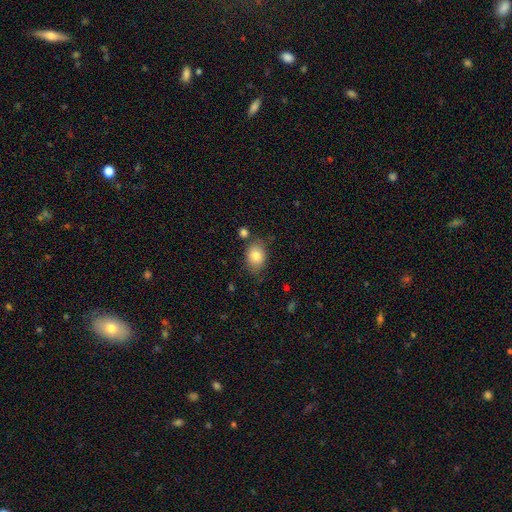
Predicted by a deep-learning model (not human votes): This appears to be a smooth galaxy with no disk features (82%) that is in between round and cigar-shaped (74%). Merging: none (73%).